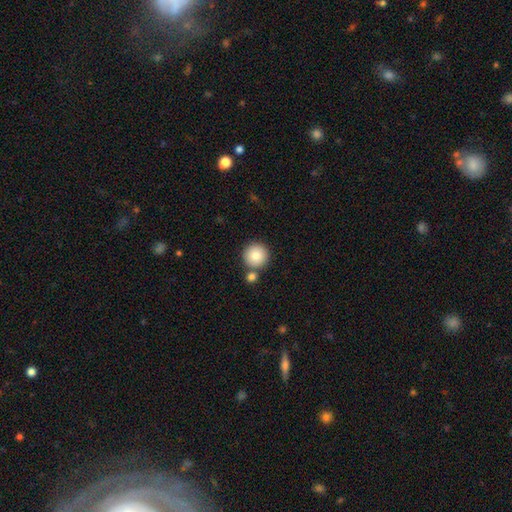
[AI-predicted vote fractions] The model was most divided on "merging": none: 75%, merger: 15%, minor disturbance: 7%, major disturbance: 2%. More confident: how rounded — round (95%); smooth or featured — smooth (84%).